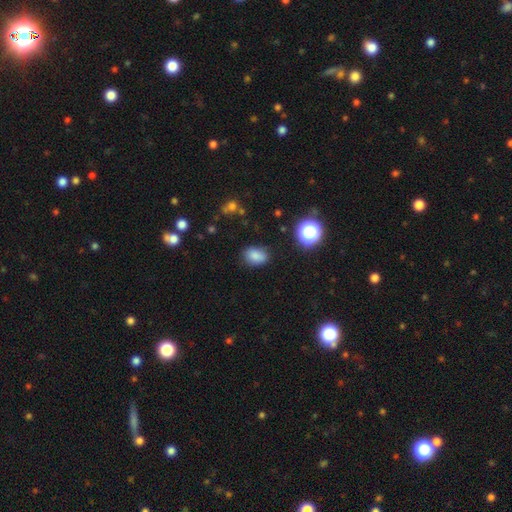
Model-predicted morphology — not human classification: The model was most divided on "how rounded": in between: 75%, round: 24%, cigar-shaped: 1%. More confident: smooth or featured — smooth (82%); merging — none (79%).